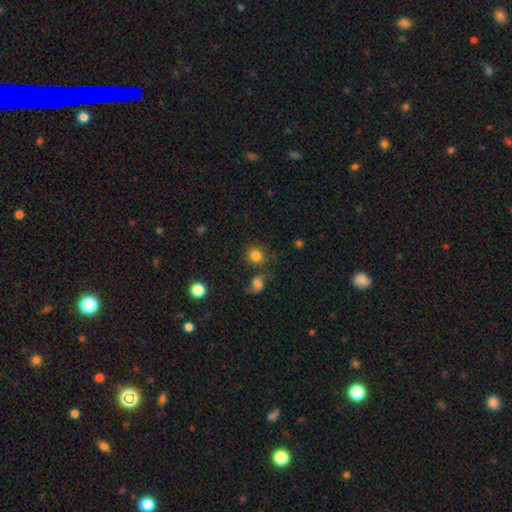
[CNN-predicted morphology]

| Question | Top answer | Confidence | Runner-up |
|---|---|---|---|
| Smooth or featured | smooth | 81% | star or artifact (10%) |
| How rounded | round | 88% | in between (11%) |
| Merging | none | 75% | merger (11%) |